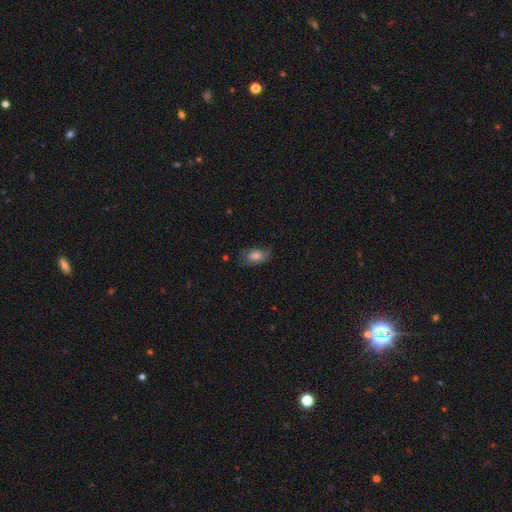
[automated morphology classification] Smooth or featured? Predicted: smooth (p=0.63). How rounded? Predicted: in between (p=0.85). Merging? Predicted: none (p=0.60).